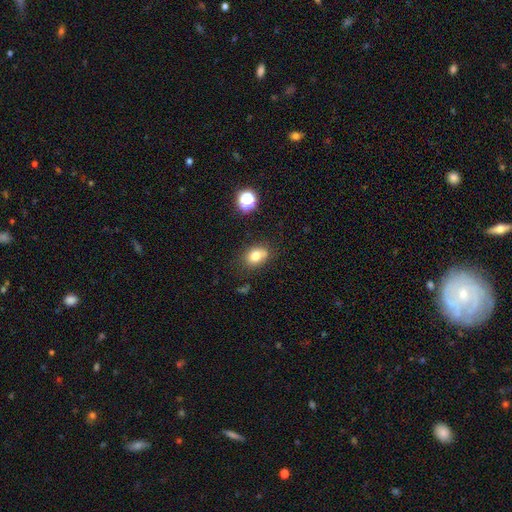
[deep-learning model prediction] smooth-or-featured: smooth: 76% | star or artifact: 12% | featured or disk: 11%
  how-rounded: in between: 63% | round: 35% | cigar-shaped: 1%
  merging: none: 67% | minor disturbance: 20% | merger: 8% | major disturbance: 5%